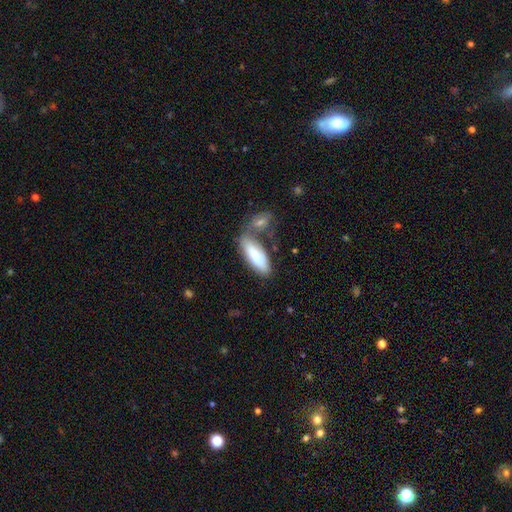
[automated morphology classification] This appears to be a smooth galaxy with no disk features (79%) that is in between round and cigar-shaped (69%). Merging: none (46%).